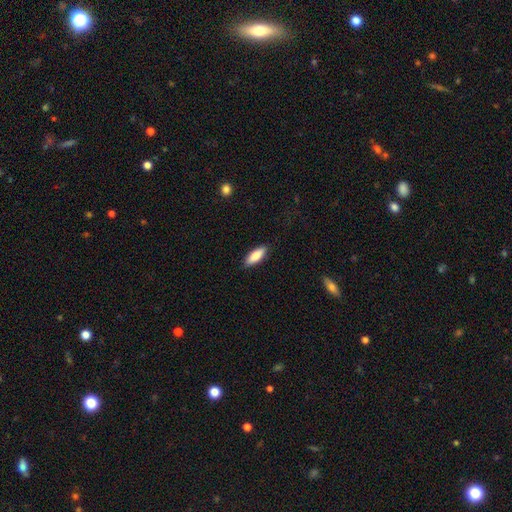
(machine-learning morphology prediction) smooth-or-featured: smooth: 78% | featured or disk: 16% | star or artifact: 6%
  how-rounded: in between: 62% | cigar-shaped: 36% | round: 2%
  merging: none: 88% | minor disturbance: 9% | major disturbance: 2% | merger: 1%